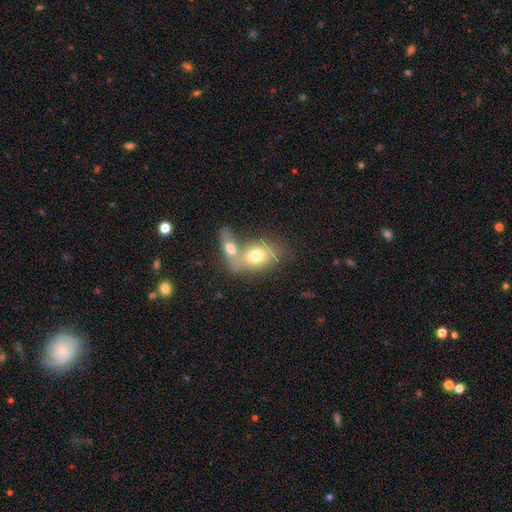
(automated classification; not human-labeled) This is likely a smooth galaxy (69%). How rounded: clearly in between (83%). Merging: likely merger (61%).